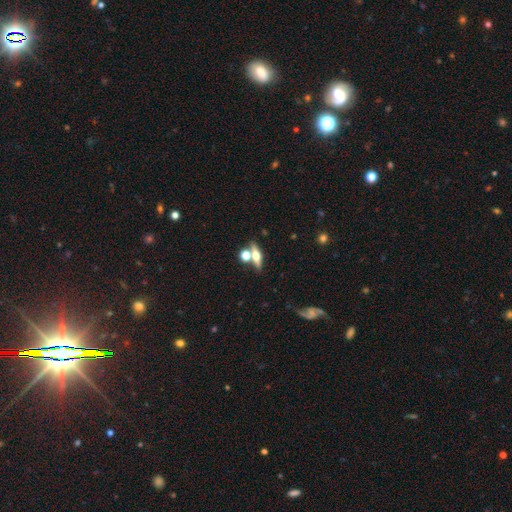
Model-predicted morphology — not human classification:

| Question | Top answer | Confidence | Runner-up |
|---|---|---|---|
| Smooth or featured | featured or disk | 50% | smooth (40%) |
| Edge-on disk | yes | 86% | no (14%) |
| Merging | none | 64% | merger (23%) |